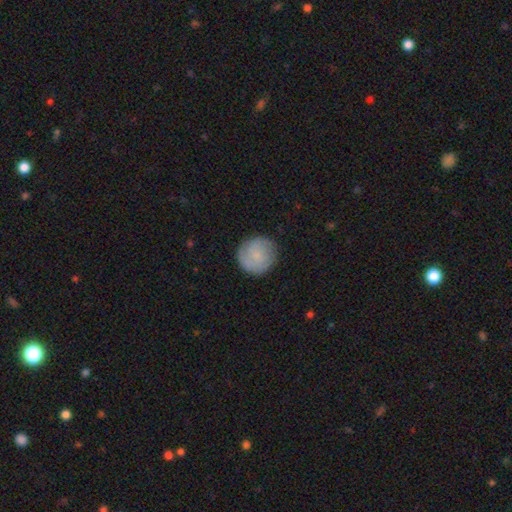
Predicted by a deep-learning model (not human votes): This is likely a smooth galaxy (69%). How rounded: clearly round (94%). Merging: clearly none (84%).